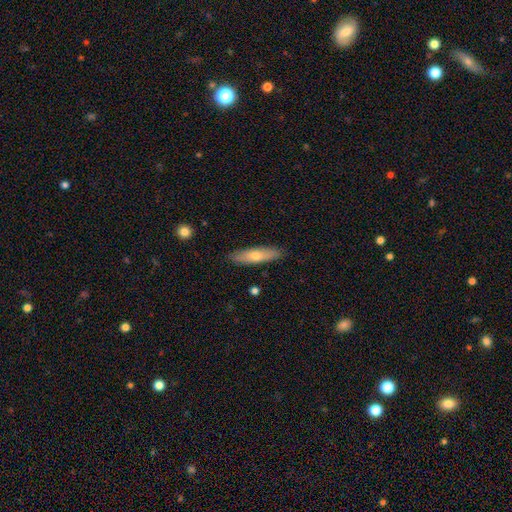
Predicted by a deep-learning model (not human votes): This is likely a smooth galaxy (61%). How rounded: likely cigar-shaped (70%). Merging: clearly none (88%).